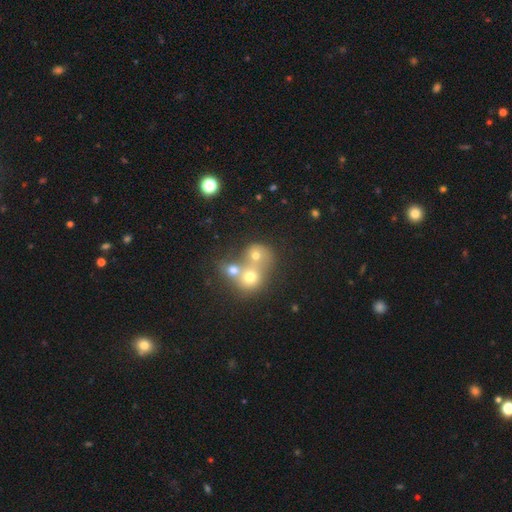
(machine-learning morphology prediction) Smooth or featured? Predicted: smooth (p=0.63). How rounded? Predicted: round (p=0.72). Merging? Predicted: merger (p=0.64).